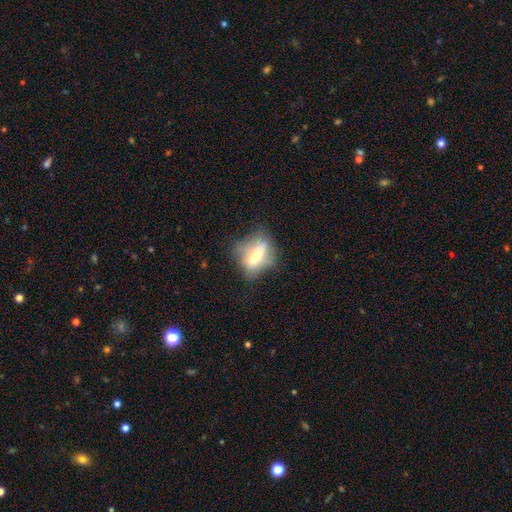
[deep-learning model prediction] A smooth galaxy with no disk features (48%).

Vote fractions:
- Smooth or featured? smooth: 48% / featured or disk: 43% / star or artifact: 9%
- Merging? none: 60% / minor disturbance: 24% / major disturbance: 14% / merger: 3%